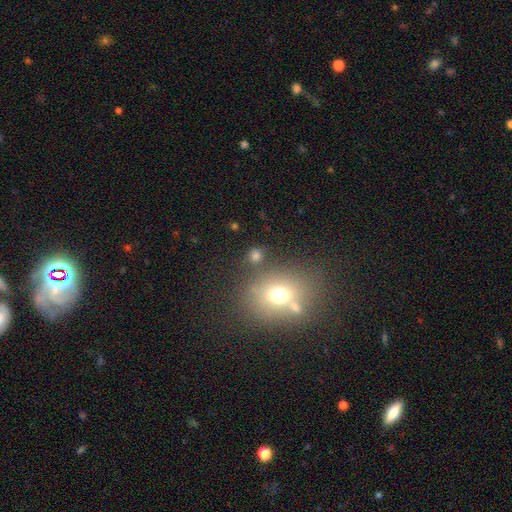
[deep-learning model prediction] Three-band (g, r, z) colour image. It shows a smooth galaxy with no disk features (72%) that is round (79%). Merging: none (73%).